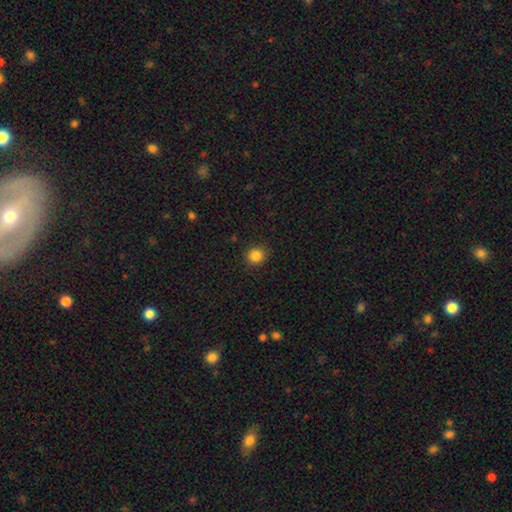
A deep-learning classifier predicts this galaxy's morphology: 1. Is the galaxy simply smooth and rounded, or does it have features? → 84% smooth, 11% star or artifact, 4% featured or disk.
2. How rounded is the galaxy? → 90% round, 9% in between, 1% cigar-shaped.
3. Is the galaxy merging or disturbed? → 89% none, 8% minor disturbance, 2% major disturbance, 1% merger.